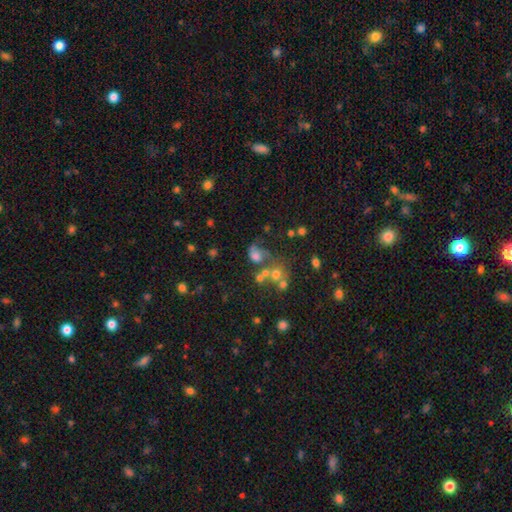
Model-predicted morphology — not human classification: This appears to be a smooth galaxy with no disk features (48%). Merging: merger (36%).